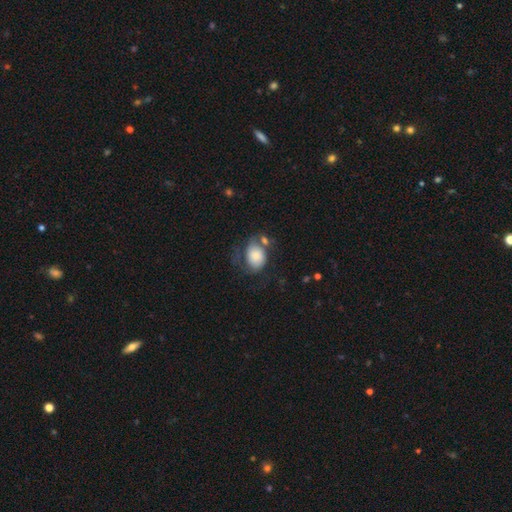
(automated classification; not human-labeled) The model was most divided on "merging": none: 32%, major disturbance: 30%, minor disturbance: 25%, merger: 14%. More confident: how rounded — in between (65%); smooth or featured — smooth (57%).